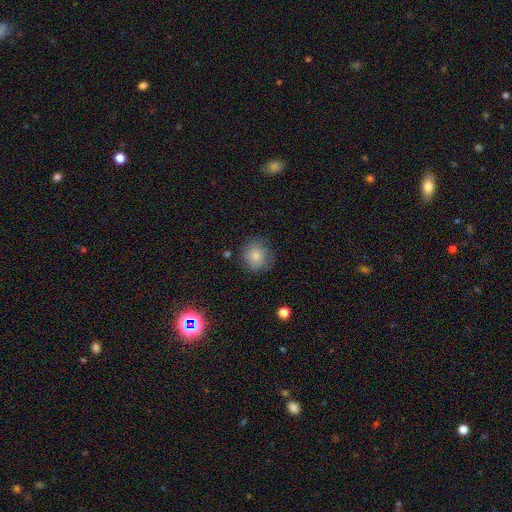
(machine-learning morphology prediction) The model was most divided on "merging": none: 79%, minor disturbance: 15%, major disturbance: 4%, merger: 2%. More confident: how rounded — round (89%); smooth or featured — smooth (81%).